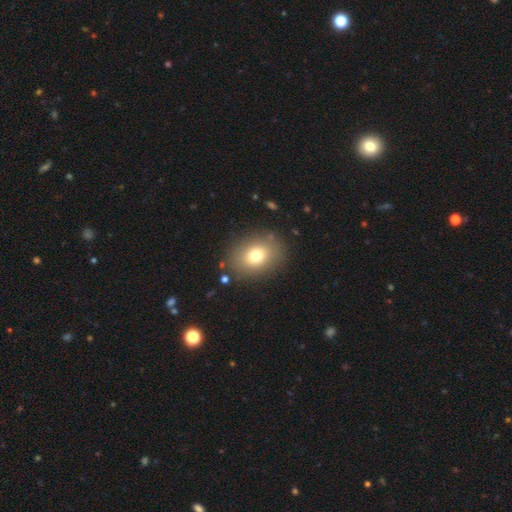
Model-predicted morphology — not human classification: Q: Smooth or featured?
A: smooth (75%); runner-up: featured or disk (13%)
Q: How rounded?
A: in between (52%); runner-up: round (47%)
Q: Merging?
A: none (85%); runner-up: minor disturbance (9%)